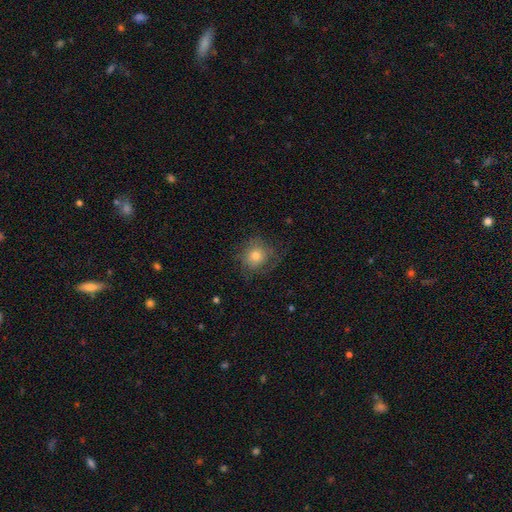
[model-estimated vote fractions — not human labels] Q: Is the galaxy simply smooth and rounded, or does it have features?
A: smooth — 66%.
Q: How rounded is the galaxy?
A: round — 86%.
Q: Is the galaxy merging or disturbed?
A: none — 65%.